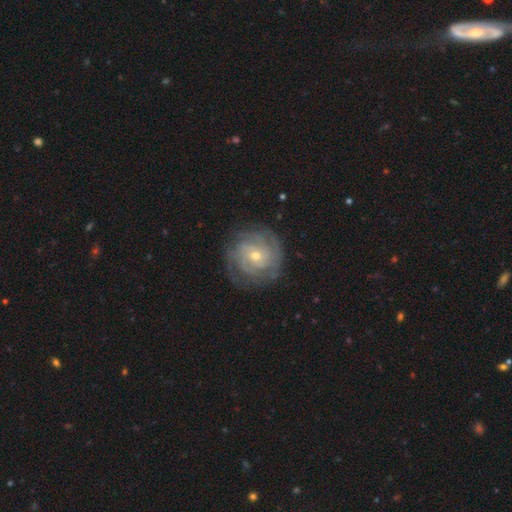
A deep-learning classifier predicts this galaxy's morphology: A featured or disk galaxy (81%) with no bar (68%), tight (74%) spiral arms (93%) and a small central bulge (59%).

Vote fractions:
- Smooth or featured? featured or disk: 81% / smooth: 12% / star or artifact: 7%
- Edge-on disk? no: 97% / yes: 3%
- Bar? no: 68% / weak: 26% / strong: 6%
- Spiral arms? yes: 93% / no: 7%
- Spiral winding? tight: 74% / medium: 21% / loose: 5%
- Spiral arm count? can't tell: 41% / 3: 16% / 4: 15% / 2: 14% / more than 4: 8% / 1: 6%
- Bulge size? small: 59% / moderate: 38% / large: 2% / none: 1% / dominant: 1%
- Merging? none: 80% / minor disturbance: 13% / major disturbance: 6% / merger: 1%